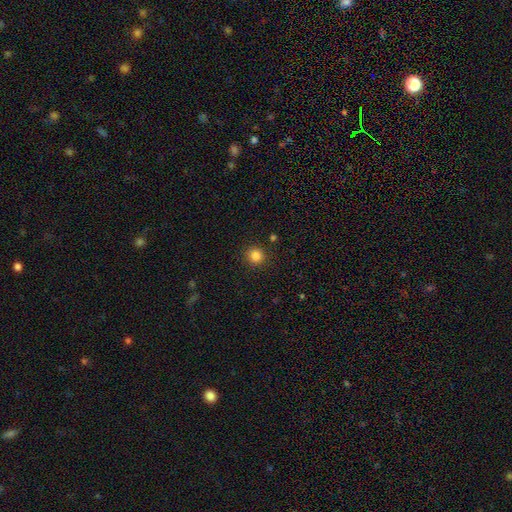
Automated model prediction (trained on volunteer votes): smooth-or-featured: smooth: 83% | star or artifact: 12% | featured or disk: 4%
  how-rounded: round: 93% | in between: 6% | cigar-shaped: 1%
  merging: none: 90% | minor disturbance: 6% | major disturbance: 2% | merger: 2%